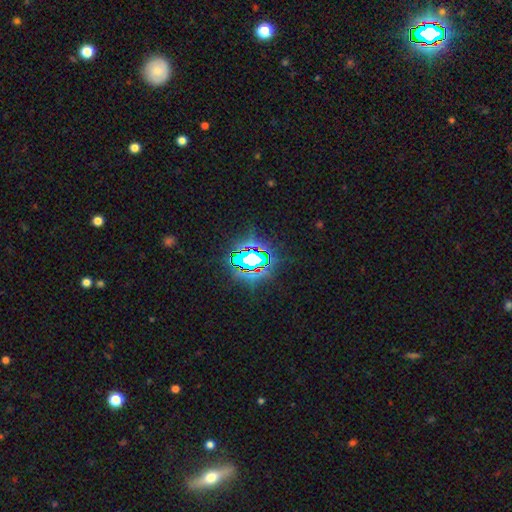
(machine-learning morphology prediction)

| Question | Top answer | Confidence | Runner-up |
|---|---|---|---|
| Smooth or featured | star or artifact | 76% | smooth (13%) |